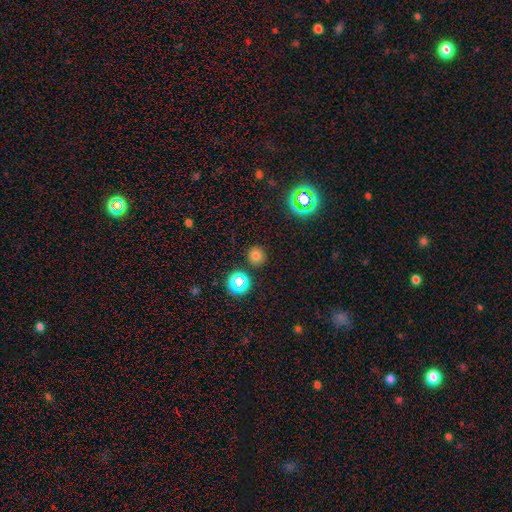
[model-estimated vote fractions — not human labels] Smooth or featured? Predicted: smooth (p=0.72). How rounded? Predicted: round (p=0.94). Merging? Predicted: none (p=0.89).